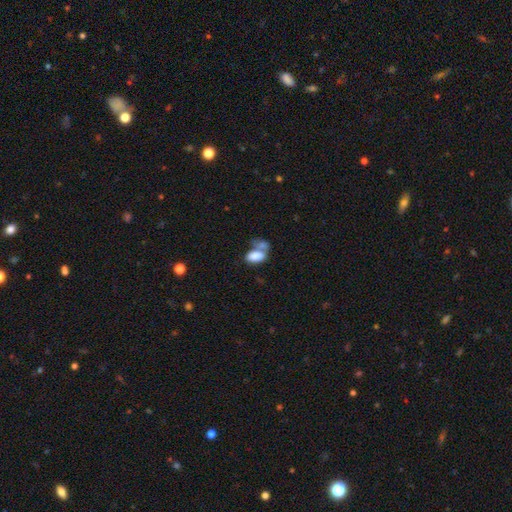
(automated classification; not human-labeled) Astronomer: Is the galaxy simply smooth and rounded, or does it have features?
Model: smooth — 79%.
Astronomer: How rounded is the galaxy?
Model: in between — 92%.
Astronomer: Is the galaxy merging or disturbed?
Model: merger — 54%.